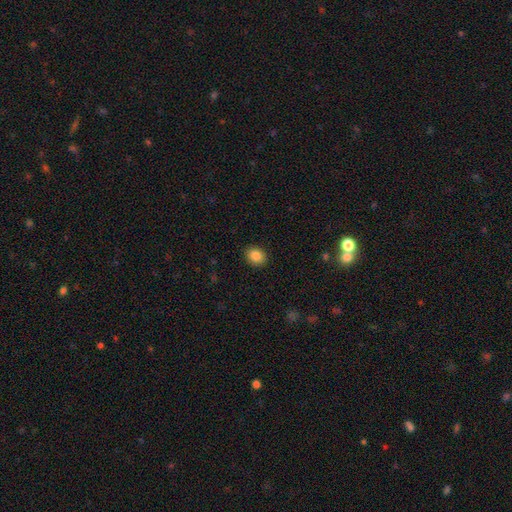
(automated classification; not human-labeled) smooth_or_featured: smooth (p=0.86) [alt: star or artifact p=0.09]
how_rounded: round (p=0.57) [alt: in between p=0.42]
merging: none (p=0.91) [alt: minor disturbance p=0.06]